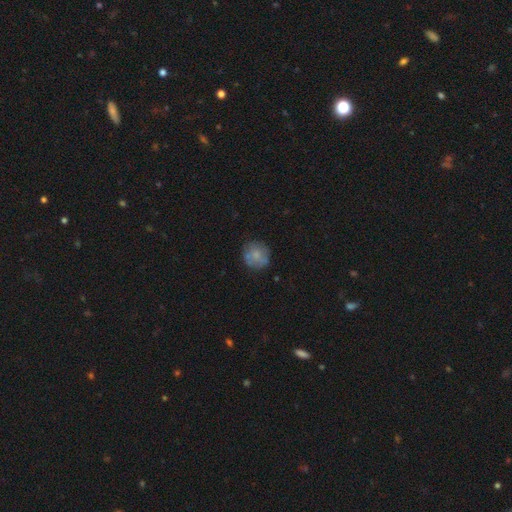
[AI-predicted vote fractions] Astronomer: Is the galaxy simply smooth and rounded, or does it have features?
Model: smooth — 67%.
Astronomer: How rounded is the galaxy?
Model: round — 87%.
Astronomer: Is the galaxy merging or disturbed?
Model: none — 70%.